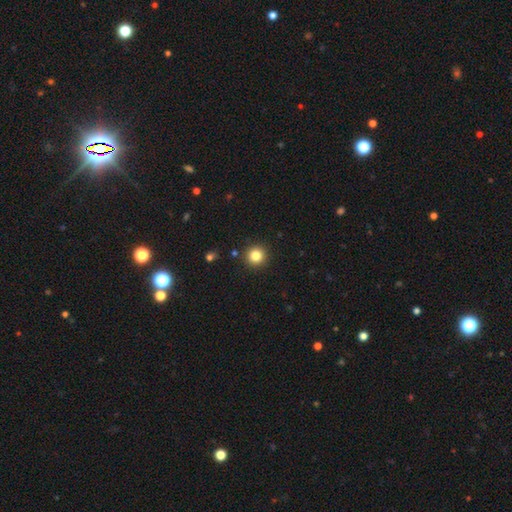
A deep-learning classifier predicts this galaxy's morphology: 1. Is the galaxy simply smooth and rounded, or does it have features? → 83% smooth, 12% star or artifact, 5% featured or disk.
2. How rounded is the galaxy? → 95% round, 4% in between, 1% cigar-shaped.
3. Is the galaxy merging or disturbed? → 91% none, 5% minor disturbance, 2% major disturbance, 2% merger.